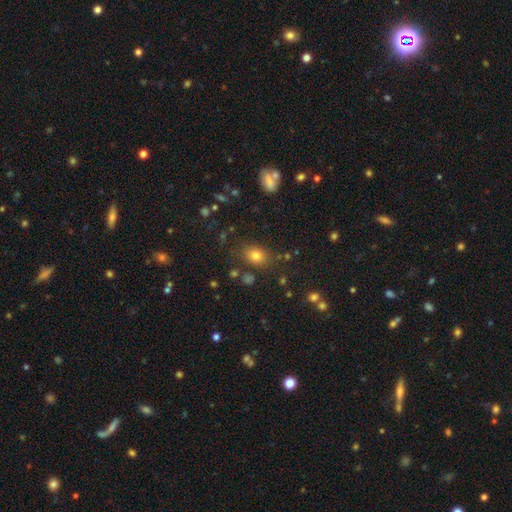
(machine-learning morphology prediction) smooth-or-featured: smooth: 77% | star or artifact: 15% | featured or disk: 8%
  how-rounded: in between: 65% | round: 33% | cigar-shaped: 1%
  merging: none: 79% | minor disturbance: 12% | major disturbance: 5% | merger: 4%